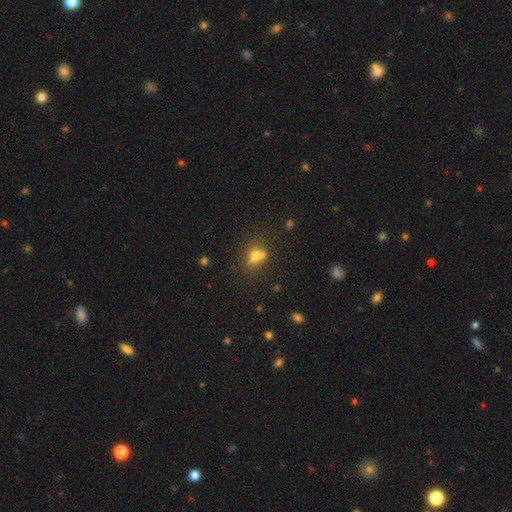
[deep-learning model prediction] This is likely a smooth galaxy (67%). How rounded: likely round (63%). Merging: marginally merger (44%).